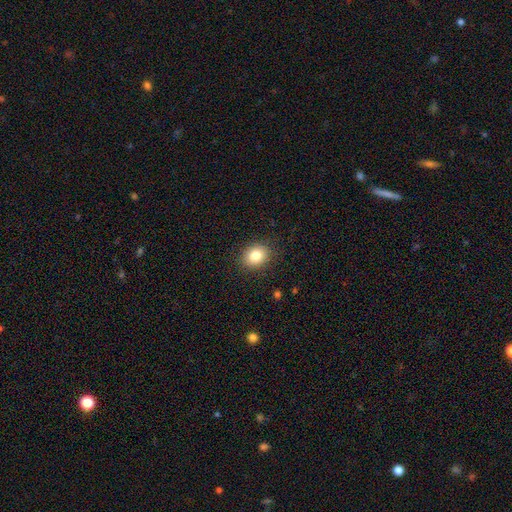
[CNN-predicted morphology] Smooth or featured? smooth (83%)
How rounded? round (55%)
Merging? none (88%)